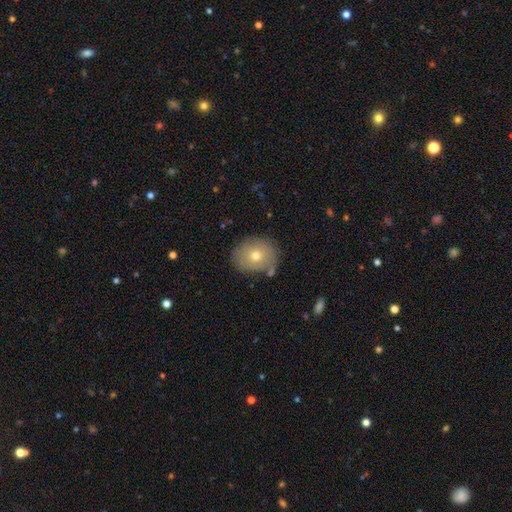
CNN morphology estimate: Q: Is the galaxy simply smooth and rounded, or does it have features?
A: smooth — 68%.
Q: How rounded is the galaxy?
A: round — 66%.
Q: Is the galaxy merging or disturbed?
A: none — 74%.